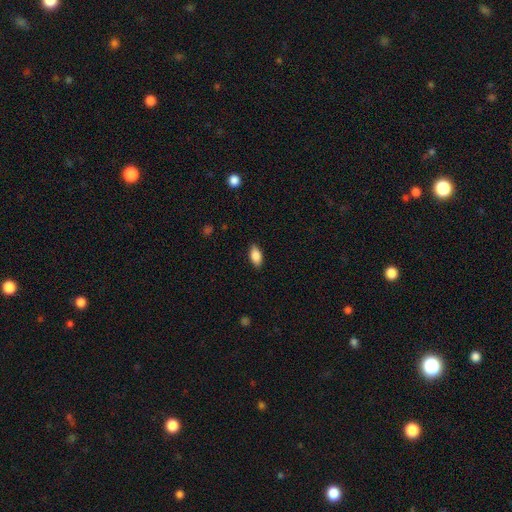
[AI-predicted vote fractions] smooth 86%, star or artifact 7%, featured or disk 7%. Down the decision tree: how rounded — in between (91%); merging — none (87%).